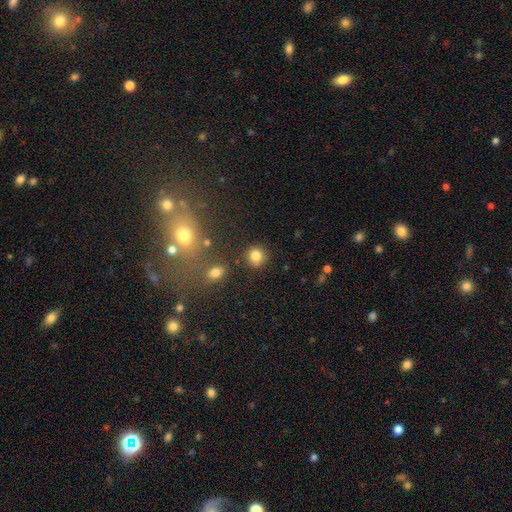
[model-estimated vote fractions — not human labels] This is clearly a smooth galaxy (82%). How rounded: clearly round (87%). Merging: clearly none (82%).